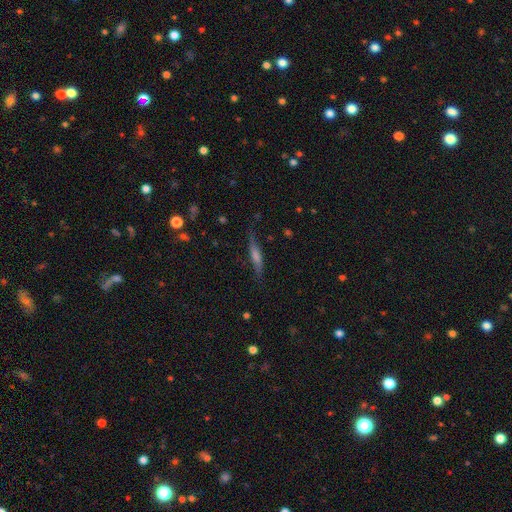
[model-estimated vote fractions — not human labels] Smooth or featured?
  - featured or disk: 57% *
  - smooth: 34%
  - star or artifact: 10%
Edge-on disk?
  - yes: 89% *
  - no: 11%
Edge-on bulge?
  - rounded: 52% *
  - none: 26%
  - boxy: 21%
Merging?
  - none: 77% *
  - minor disturbance: 17%
  - major disturbance: 4%
  - merger: 2%